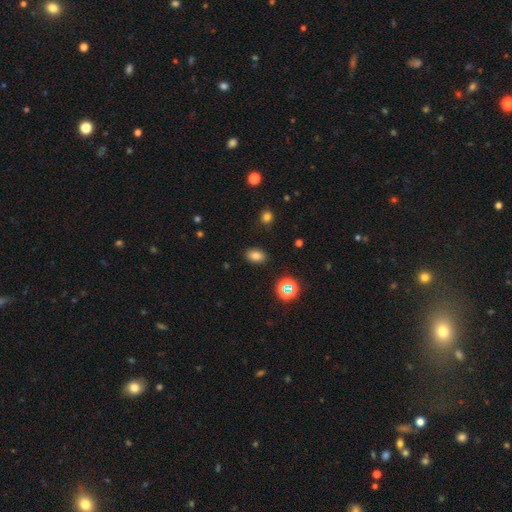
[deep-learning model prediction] A smooth galaxy with no disk features (77%) that is in between round and cigar-shaped (82%).

Vote fractions:
- Smooth or featured? smooth: 77% / star or artifact: 16% / featured or disk: 7%
- How rounded? in between: 82% / round: 17% / cigar-shaped: 1%
- Merging? none: 88% / minor disturbance: 8% / major disturbance: 3% / merger: 2%